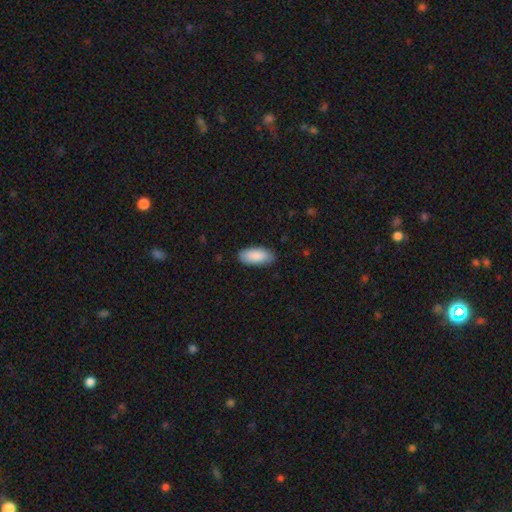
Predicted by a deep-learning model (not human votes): A smooth galaxy with no disk features (90%) that is in between round and cigar-shaped (89%). Merging: none (87%).